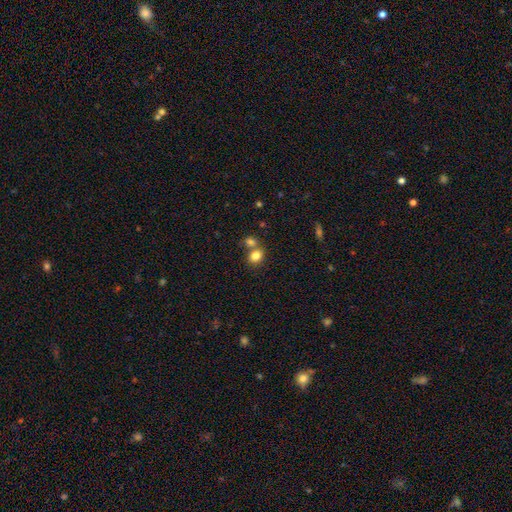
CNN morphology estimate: This is clearly a smooth galaxy (81%). How rounded: possibly round (52%). Merging: possibly none (47%).